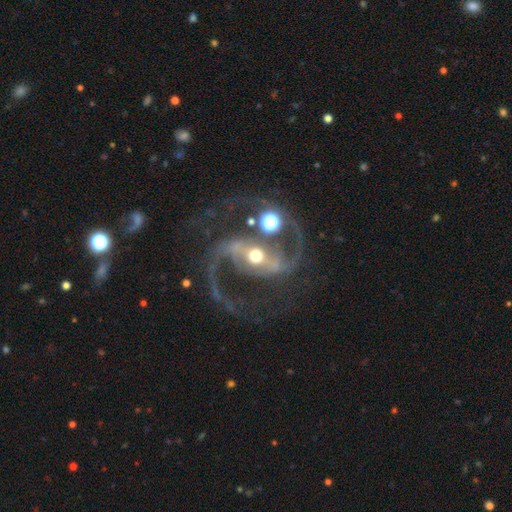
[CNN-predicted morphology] featured or disk 87%, star or artifact 7%, smooth 5%. Down the decision tree: edge-on disk — no (97%); bar — strong (44%); spiral arms — yes (96%); spiral arm count — 2 (91%); spiral winding — loose (51%); bulge size — moderate (67%); merging — none (58%).